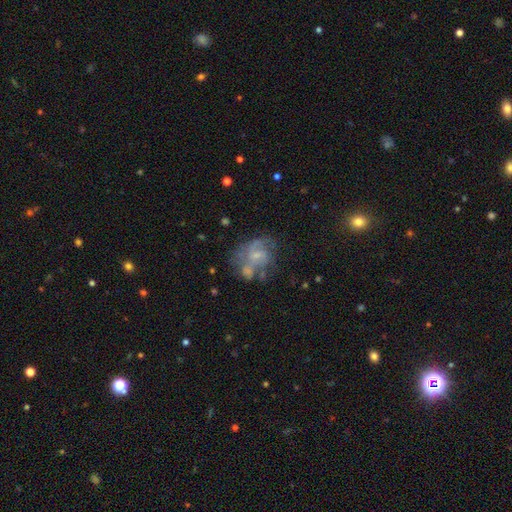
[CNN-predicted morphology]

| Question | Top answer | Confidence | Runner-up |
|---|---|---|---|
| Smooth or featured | featured or disk | 69% | smooth (21%) |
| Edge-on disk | no | 98% | yes (2%) |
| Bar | no | 60% | weak (34%) |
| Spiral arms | yes | 74% | no (26%) |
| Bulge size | small | 59% | moderate (25%) |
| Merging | none | 40% | major disturbance (21%) |